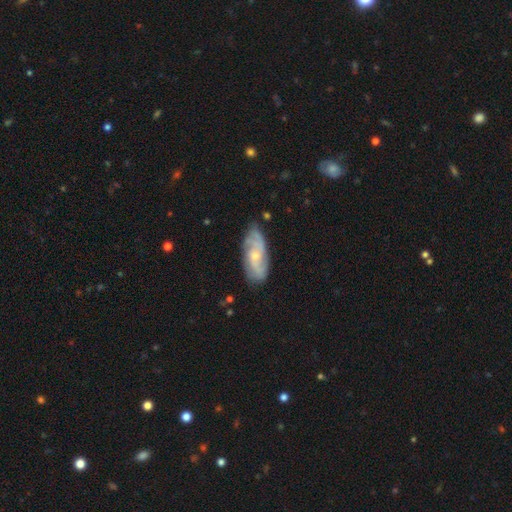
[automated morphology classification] Overall: featured or disk (73%). Edge-on disk: no (91%). Bar: no (65%; weak 30%). Spiral arms: yes (92%). Spiral arm count: 2 (38%; can't tell 25%). Spiral winding: medium (42%; tight 39%). Bulge size: small (60%; moderate 35%). Merging: none (75%).